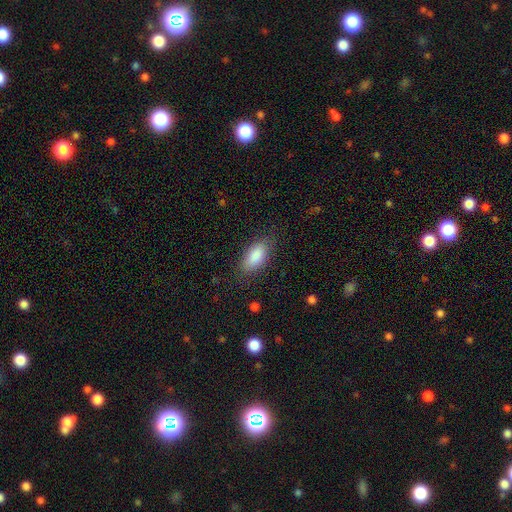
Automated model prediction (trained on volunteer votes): Smooth or featured? smooth (86%)
How rounded? in between (89%)
Merging? none (78%)